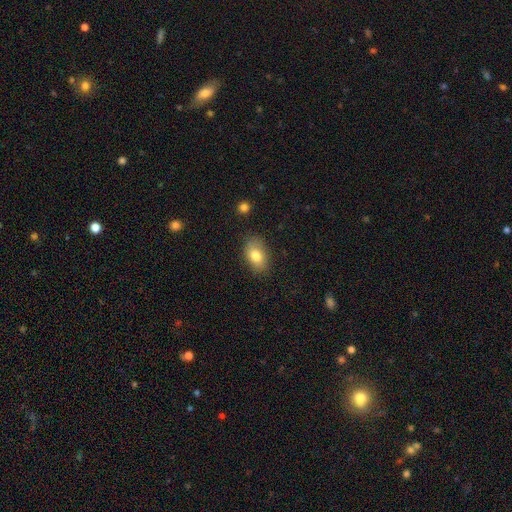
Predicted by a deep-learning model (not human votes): Smooth or featured: smooth — 79% (featured or disk — 12%)
How rounded: in between — 85% (round — 13%)
Merging: none — 78% (minor disturbance — 16%)